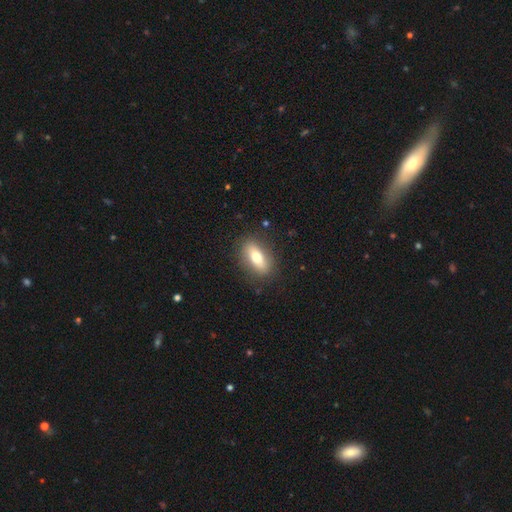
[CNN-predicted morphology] A smooth galaxy with no disk features (71%) that is in between round and cigar-shaped (78%).

Vote fractions:
- Smooth or featured? smooth: 71% / featured or disk: 22% / star or artifact: 7%
- How rounded? in between: 78% / cigar-shaped: 17% / round: 5%
- Merging? none: 84% / minor disturbance: 11% / major disturbance: 3% / merger: 1%